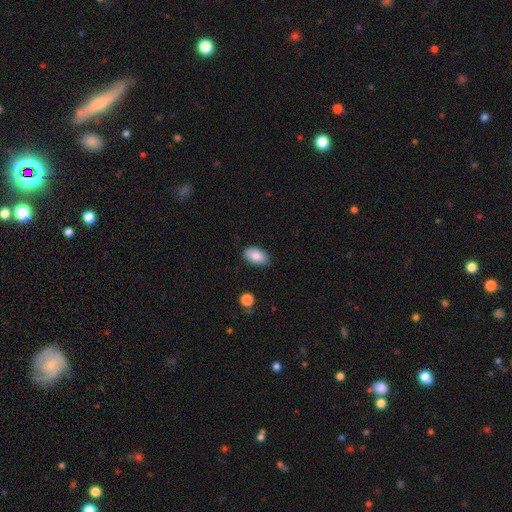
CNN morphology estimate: Smooth or featured: smooth — 85% (featured or disk — 8%)
How rounded: in between — 93% (round — 5%)
Merging: none — 81% (minor disturbance — 15%)